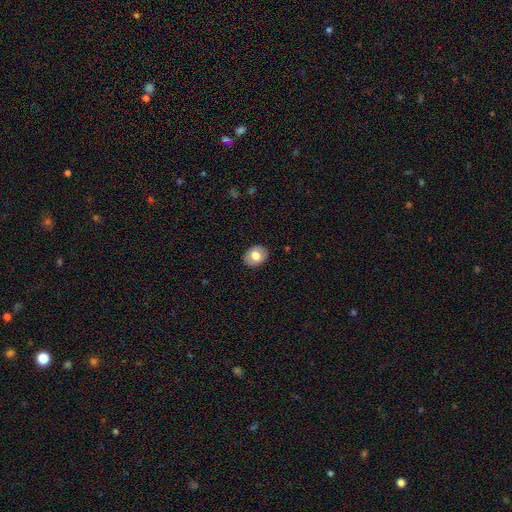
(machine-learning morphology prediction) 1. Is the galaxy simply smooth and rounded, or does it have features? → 74% smooth, 18% featured or disk, 7% star or artifact.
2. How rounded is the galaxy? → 52% in between, 47% round, 1% cigar-shaped.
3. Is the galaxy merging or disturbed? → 88% none, 9% minor disturbance, 2% major disturbance, 1% merger.